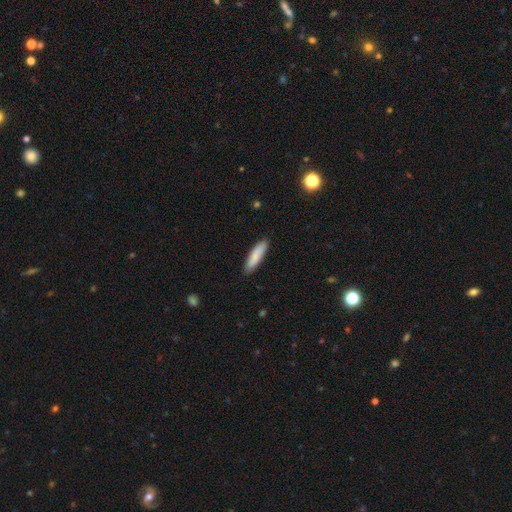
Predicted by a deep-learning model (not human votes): This appears to be a smooth galaxy with no disk features (85%) that is cigar-shaped (71%). Merging: none (88%).